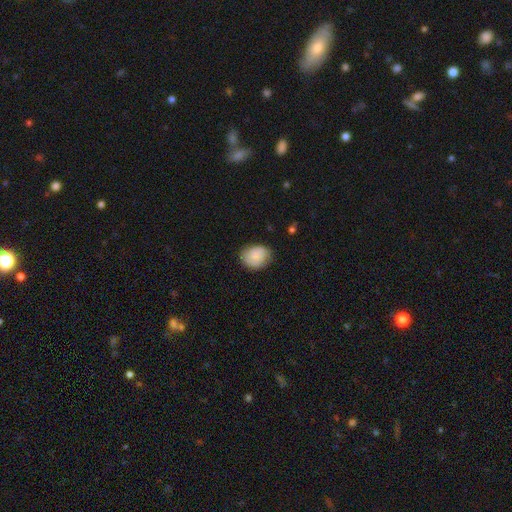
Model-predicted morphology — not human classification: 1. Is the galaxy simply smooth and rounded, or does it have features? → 83% smooth, 10% featured or disk, 7% star or artifact.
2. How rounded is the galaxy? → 56% in between, 43% round, 1% cigar-shaped.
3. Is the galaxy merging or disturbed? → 73% none, 22% minor disturbance, 4% major disturbance, 1% merger.